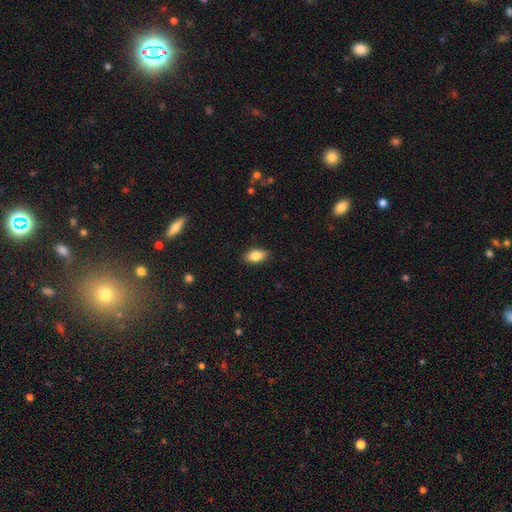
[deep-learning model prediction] Smooth or featured? smooth (85%)
How rounded? in between (90%)
Merging? none (88%)